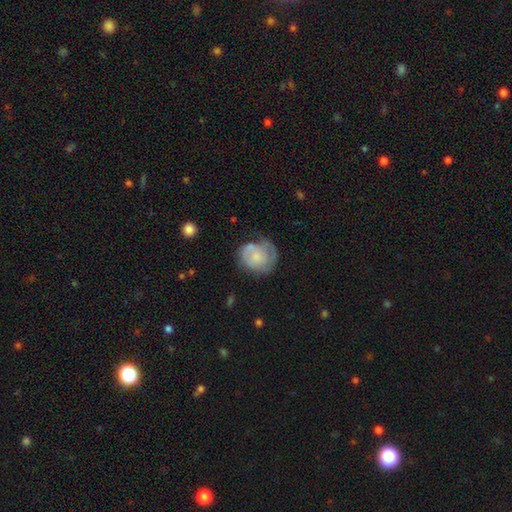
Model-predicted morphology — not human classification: This is possibly a featured or disk galaxy (47%). Merging: possibly none (47%).